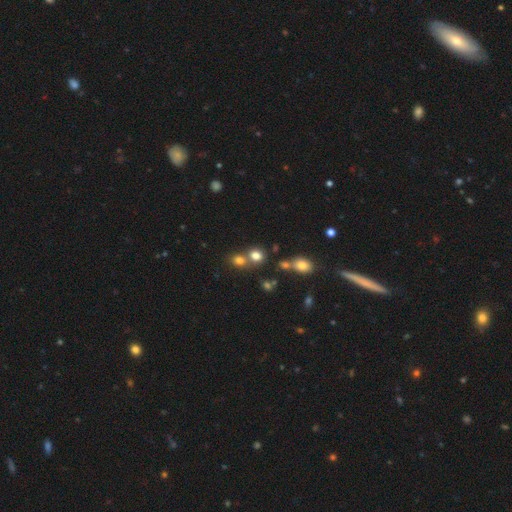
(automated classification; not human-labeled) Morphology: type=smooth (76%); roundness=round (76%); merging=none (53%).